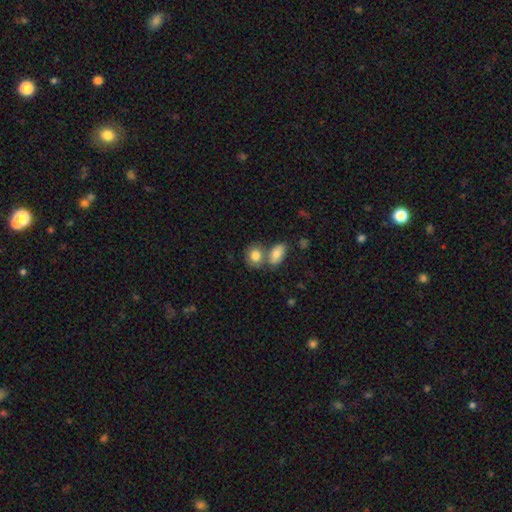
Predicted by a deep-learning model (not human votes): smooth 81%, featured or disk 11%, star or artifact 8%. Down the decision tree: how rounded — in between (53%); merging — merger (45%).